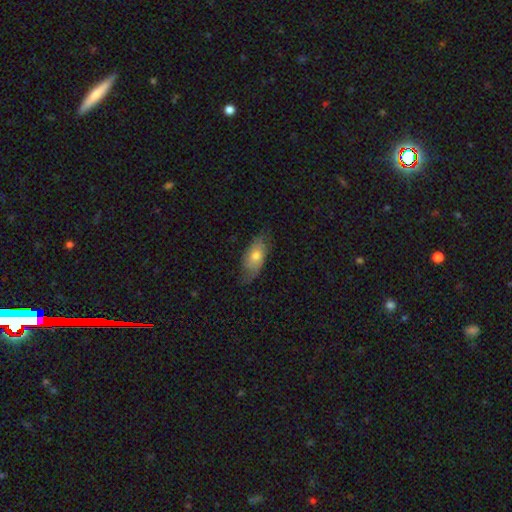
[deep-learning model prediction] Smooth or featured? smooth (57%)
How rounded? in between (89%)
Merging? none (60%)